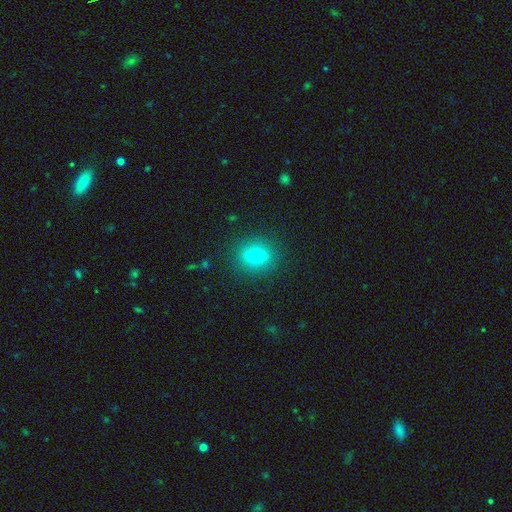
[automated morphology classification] smooth-or-featured: smooth: 75% | featured or disk: 13% | star or artifact: 13%
  how-rounded: round: 65% | in between: 33% | cigar-shaped: 2%
  merging: none: 88% | minor disturbance: 8% | major disturbance: 3% | merger: 1%